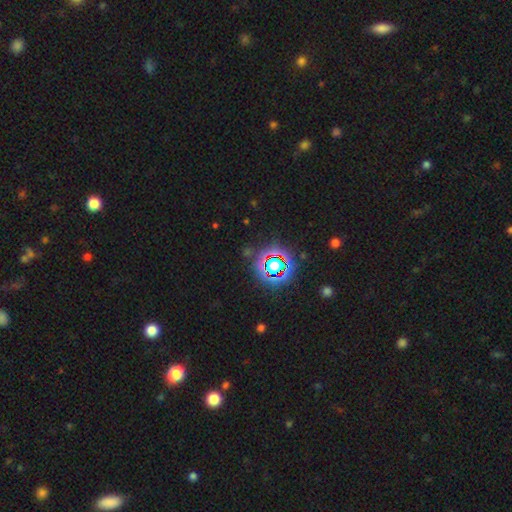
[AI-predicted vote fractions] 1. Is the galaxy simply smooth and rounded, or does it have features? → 76% star or artifact, 15% smooth, 9% featured or disk.